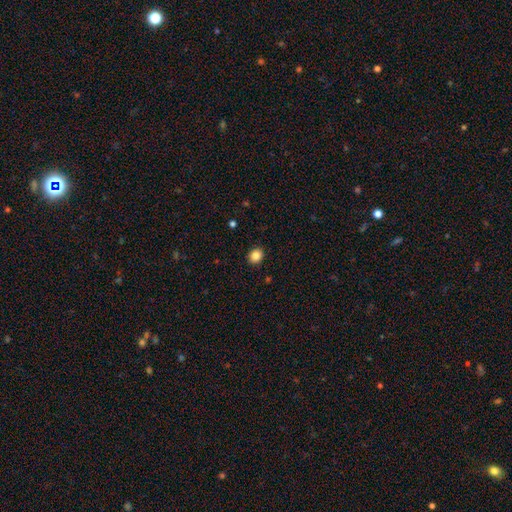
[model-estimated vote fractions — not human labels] Smooth or featured? Predicted: smooth (p=0.85). How rounded? Predicted: round (p=0.72). Merging? Predicted: none (p=0.91).